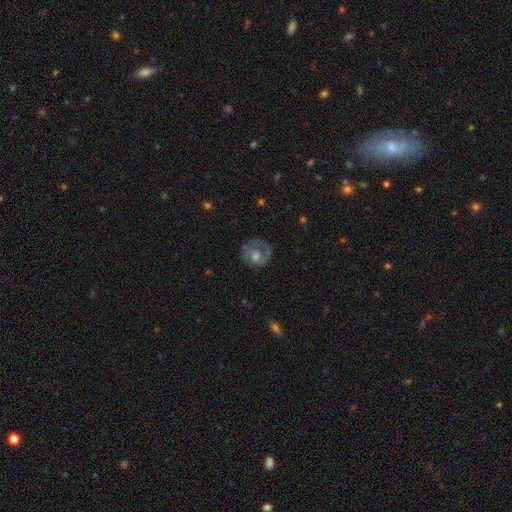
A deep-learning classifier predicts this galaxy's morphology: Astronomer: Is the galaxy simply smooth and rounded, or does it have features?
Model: featured or disk — 64%.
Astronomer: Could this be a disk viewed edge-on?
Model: no — 97%.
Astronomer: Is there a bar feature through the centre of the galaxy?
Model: no — 76%.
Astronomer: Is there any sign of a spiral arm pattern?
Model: yes — 75%.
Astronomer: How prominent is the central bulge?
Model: moderate — 58%.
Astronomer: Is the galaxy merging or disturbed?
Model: none — 68%.